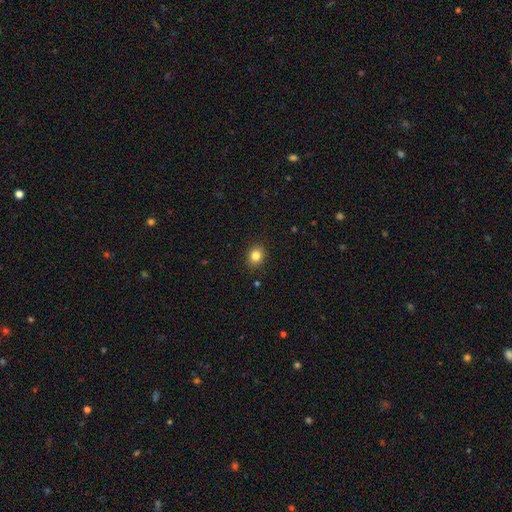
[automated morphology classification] This is clearly a smooth galaxy (83%). How rounded: possibly round (57%). Merging: clearly none (89%).